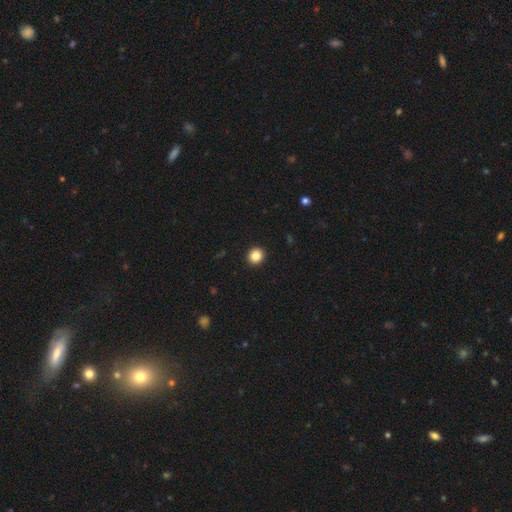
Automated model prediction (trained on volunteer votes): smooth_or_featured: smooth (p=0.84) [alt: star or artifact p=0.11]
how_rounded: round (p=0.91) [alt: in between p=0.08]
merging: none (p=0.93) [alt: minor disturbance p=0.04]